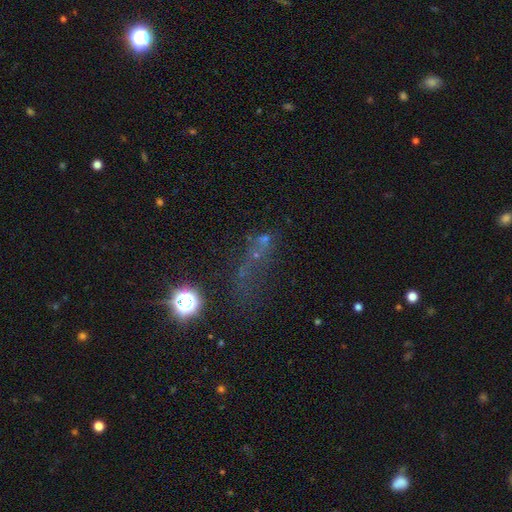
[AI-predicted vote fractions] smooth-or-featured: star or artifact: 46% | smooth: 31% | featured or disk: 24%